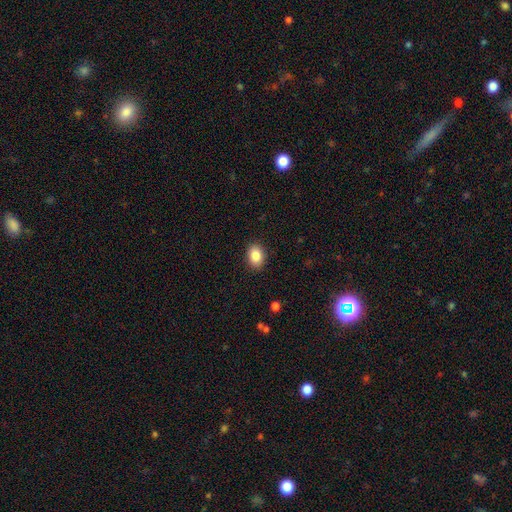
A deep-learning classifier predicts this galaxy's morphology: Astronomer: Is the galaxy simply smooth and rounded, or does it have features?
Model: smooth — 86%.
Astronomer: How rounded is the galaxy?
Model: in between — 76%.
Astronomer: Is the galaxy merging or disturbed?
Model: none — 89%.